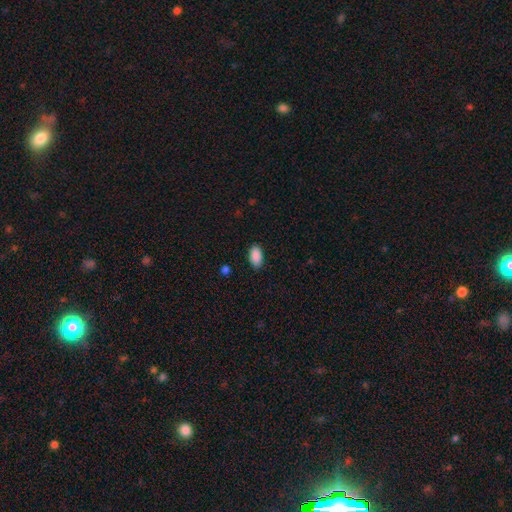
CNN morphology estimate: smooth 90%, star or artifact 7%, featured or disk 3%. Down the decision tree: how rounded — in between (94%); merging — none (87%).